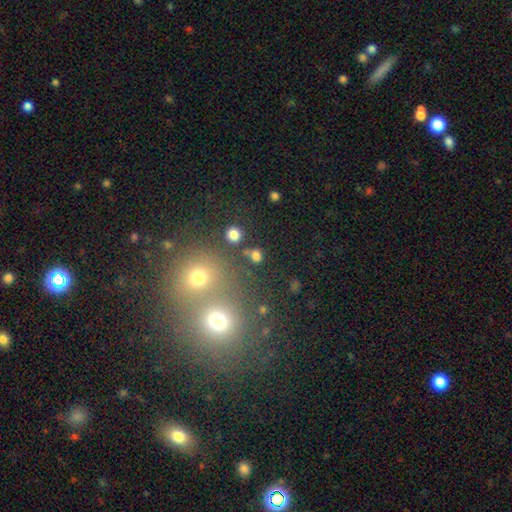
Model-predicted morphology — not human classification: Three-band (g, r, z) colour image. It shows a smooth galaxy with no disk features (77%) that is round (82%). Merging: none (80%).